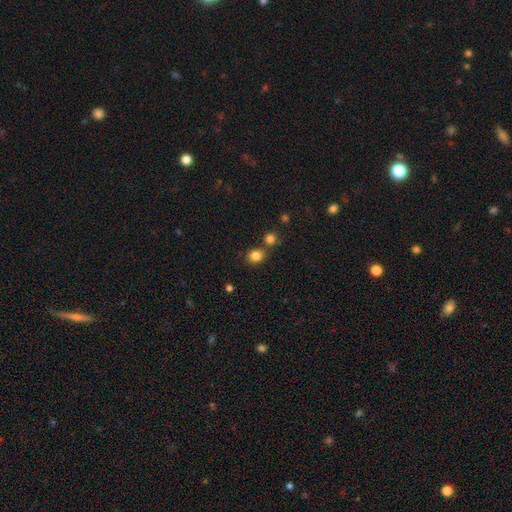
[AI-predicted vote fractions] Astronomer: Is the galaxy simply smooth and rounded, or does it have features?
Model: smooth — 83%.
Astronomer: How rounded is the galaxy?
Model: round — 73%.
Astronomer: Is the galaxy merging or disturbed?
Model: none — 71%.